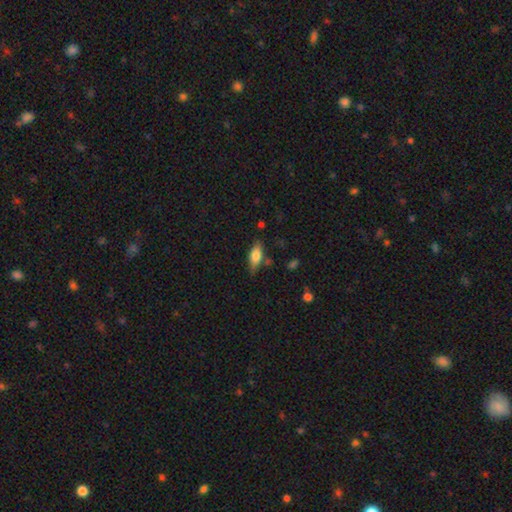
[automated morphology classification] A smooth galaxy with no disk features (70%) that is in between round and cigar-shaped (72%).

Vote fractions:
- Smooth or featured? smooth: 70% / featured or disk: 23% / star or artifact: 7%
- How rounded? in between: 72% / cigar-shaped: 25% / round: 3%
- Merging? none: 71% / minor disturbance: 20% / merger: 5% / major disturbance: 4%